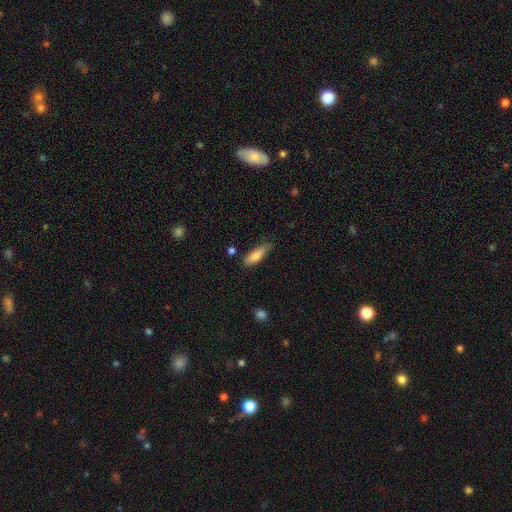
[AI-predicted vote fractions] This appears to be a smooth galaxy with no disk features (80%) that is in between round and cigar-shaped (52%). Merging: none (68%).